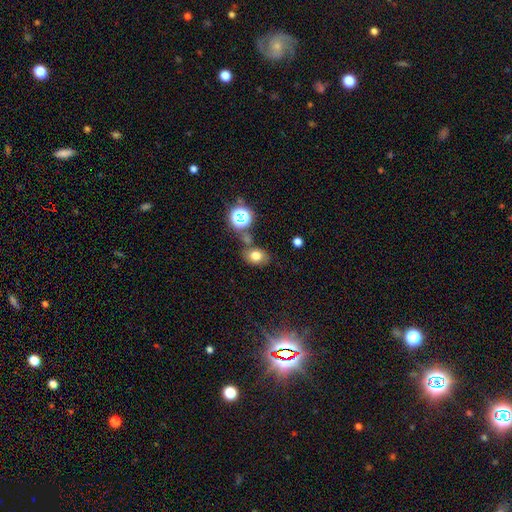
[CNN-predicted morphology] A smooth galaxy with no disk features (73%) that is in between round and cigar-shaped (63%). Merging: none (65%).